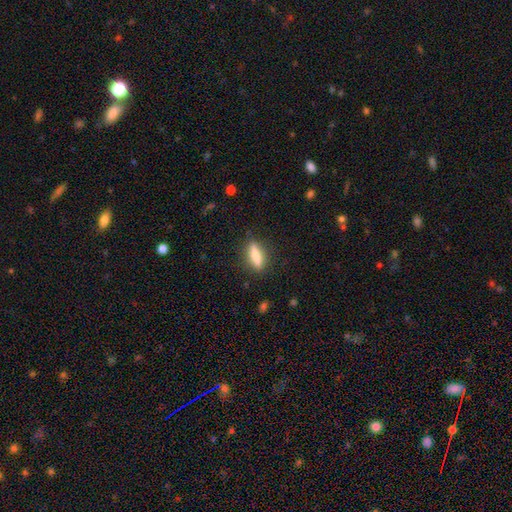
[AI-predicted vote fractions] A smooth galaxy with no disk features (66%) that is cigar-shaped (64%).

Vote fractions:
- Smooth or featured? smooth: 66% / featured or disk: 27% / star or artifact: 7%
- How rounded? cigar-shaped: 64% / in between: 33% / round: 3%
- Merging? none: 86% / minor disturbance: 10% / major disturbance: 3% / merger: 1%